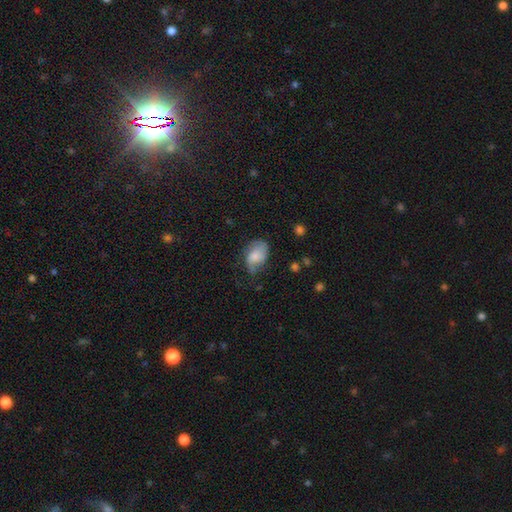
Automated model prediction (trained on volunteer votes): The model was most divided on "merging": none: 46%, minor disturbance: 35%, major disturbance: 18%, merger: 2%. More confident: how rounded — in between (84%); smooth or featured — smooth (66%).